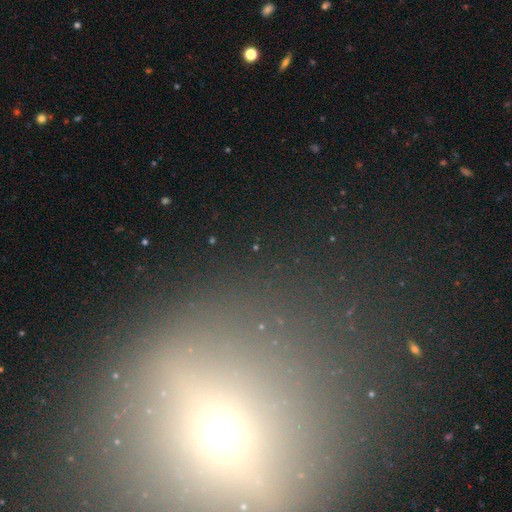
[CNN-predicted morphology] smooth-or-featured: star or artifact: 40% (tied) | smooth: 40% (tied) | featured or disk: 20%